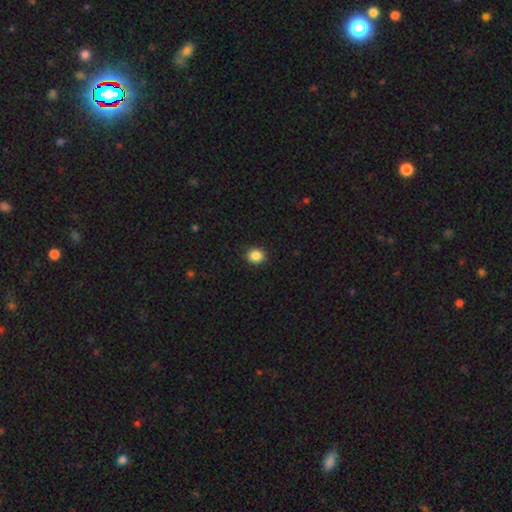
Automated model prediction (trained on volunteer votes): smooth 87%, star or artifact 10%, featured or disk 3%. Down the decision tree: how rounded — round (71%); merging — none (91%).